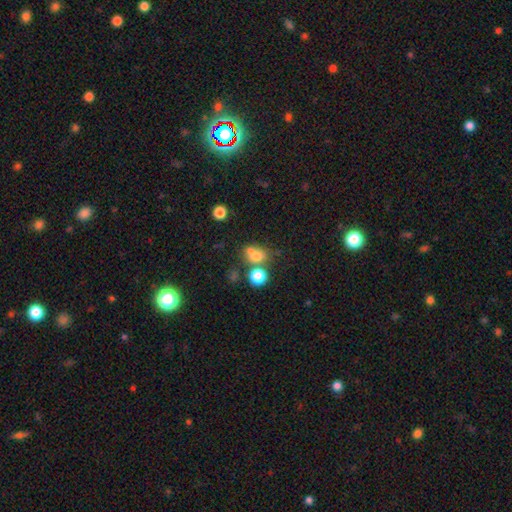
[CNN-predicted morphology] This is likely a smooth galaxy (71%). How rounded: possibly round (57%). Merging: marginally none (44%).